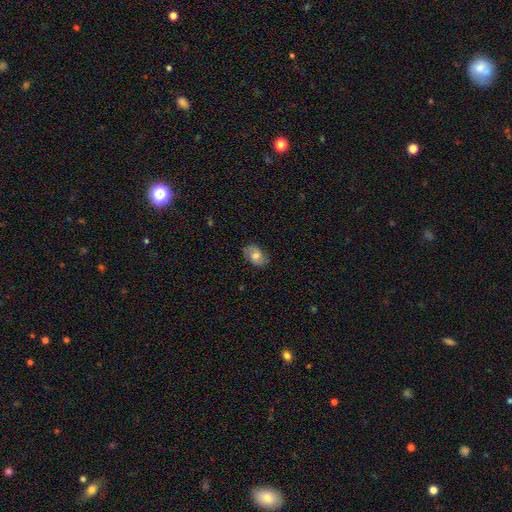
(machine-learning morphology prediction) Smooth or featured?
  - smooth: 57% *
  - featured or disk: 35%
  - star or artifact: 8%
How rounded?
  - in between: 85% *
  - round: 14%
  - cigar-shaped: 1%
Merging?
  - none: 75% *
  - minor disturbance: 19%
  - major disturbance: 5%
  - merger: 1%